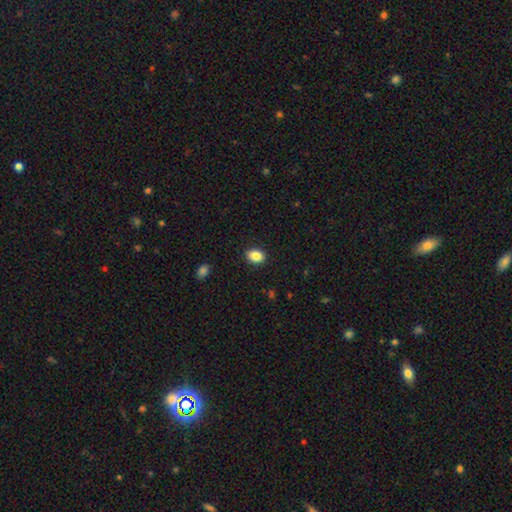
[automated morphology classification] Smooth or featured? Predicted: smooth (p=0.86). How rounded? Predicted: in between (p=0.74). Merging? Predicted: none (p=0.88).